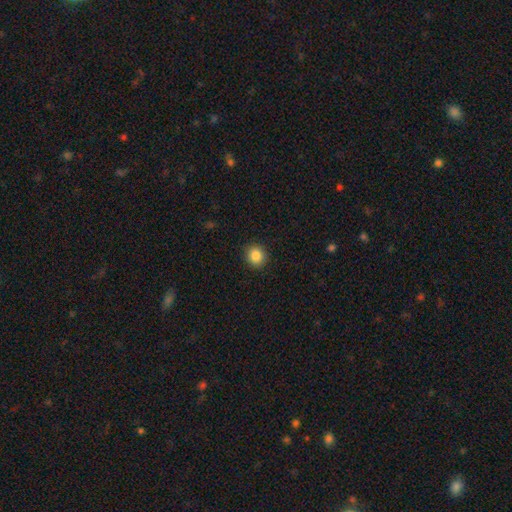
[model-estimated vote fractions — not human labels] Smooth or featured: smooth — 86% (star or artifact — 10%)
How rounded: round — 87% (in between — 12%)
Merging: none — 92% (minor disturbance — 6%)